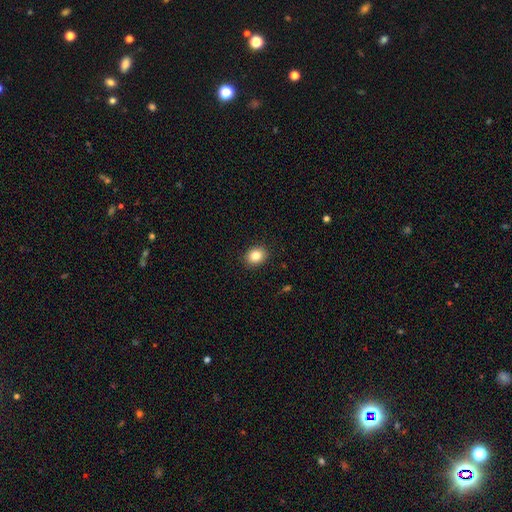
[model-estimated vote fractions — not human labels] Q: Smooth or featured?
A: smooth (84%); runner-up: star or artifact (9%)
Q: How rounded?
A: round (54%); runner-up: in between (45%)
Q: Merging?
A: none (90%); runner-up: minor disturbance (7%)